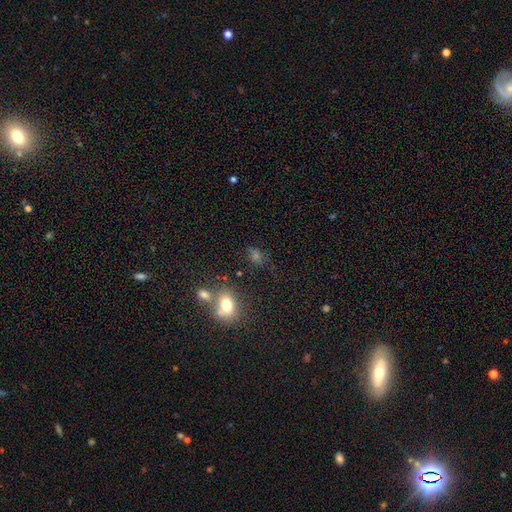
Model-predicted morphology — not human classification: Overall: smooth (56%; star or artifact 30%). How rounded: in between (55%; round 41%). Merging: none (59%).